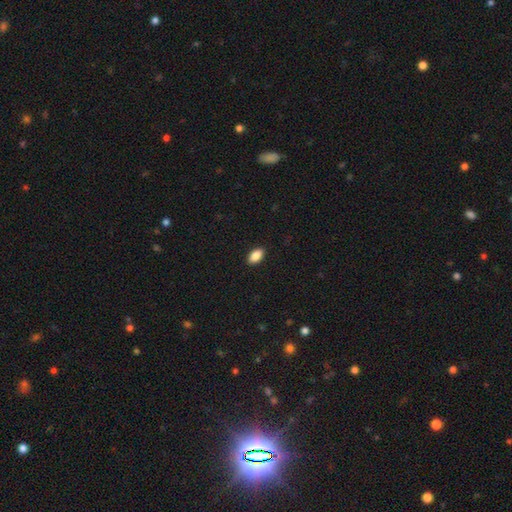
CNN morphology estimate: This is clearly a smooth galaxy (88%). How rounded: clearly in between (93%). Merging: clearly none (90%).